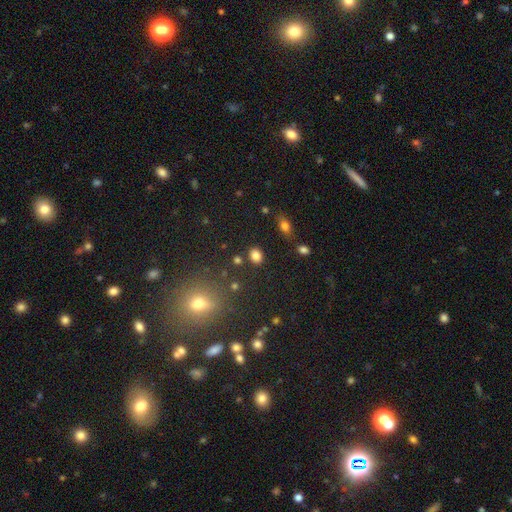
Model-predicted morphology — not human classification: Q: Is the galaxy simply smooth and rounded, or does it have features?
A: smooth — 82%.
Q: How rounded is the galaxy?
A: in between — 54%.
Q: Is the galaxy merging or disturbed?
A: none — 83%.